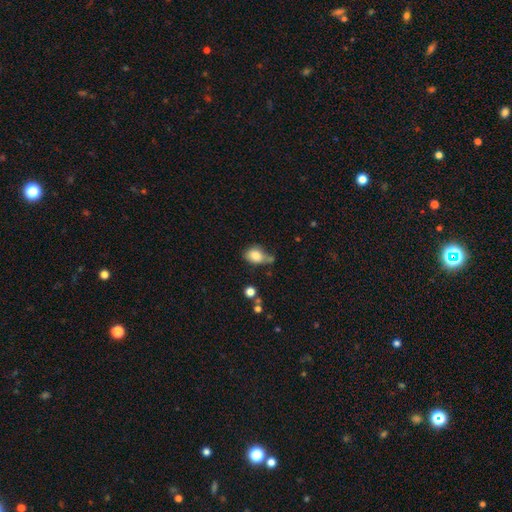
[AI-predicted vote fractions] A smooth galaxy with no disk features (83%) that is in between round and cigar-shaped (59%).

Vote fractions:
- Smooth or featured? smooth: 83% / star or artifact: 9% / featured or disk: 8%
- How rounded? in between: 59% / round: 40% / cigar-shaped: 1%
- Merging? none: 47% / minor disturbance: 29% / merger: 15% / major disturbance: 10%